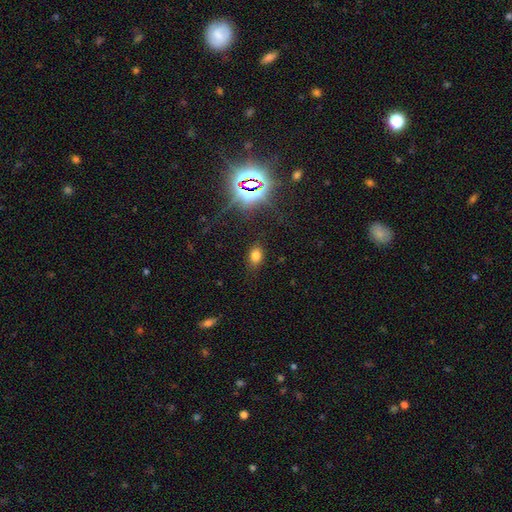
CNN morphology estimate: Smooth or featured? Predicted: smooth (p=0.70). How rounded? Predicted: in between (p=0.80). Merging? Predicted: none (p=0.81).